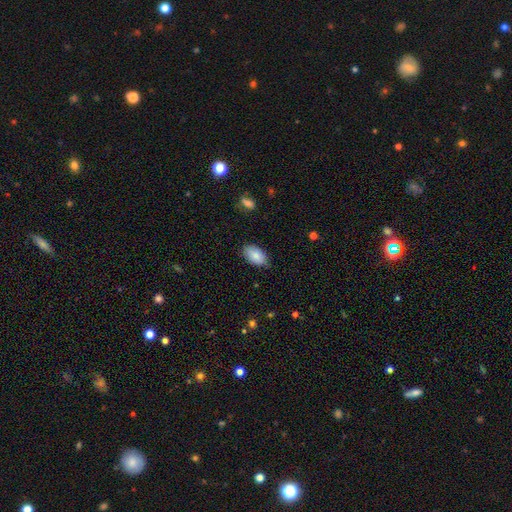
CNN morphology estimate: smooth-or-featured: smooth: 86% | featured or disk: 8% | star or artifact: 7%
  how-rounded: in between: 94% | round: 5% | cigar-shaped: 1%
  merging: none: 78% | minor disturbance: 18% | major disturbance: 3% | merger: 1%